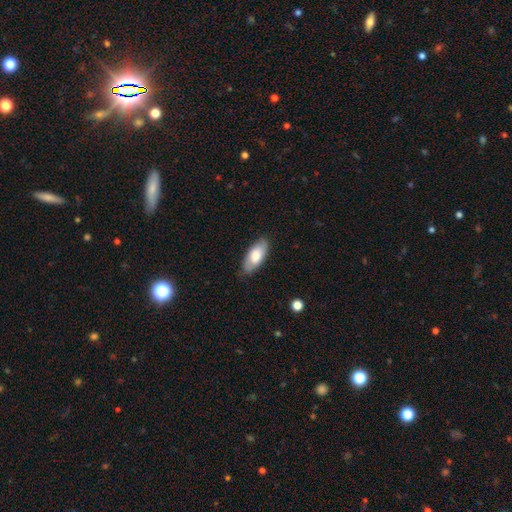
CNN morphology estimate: smooth 72%, featured or disk 22%, star or artifact 6%. Down the decision tree: how rounded — in between (87%); merging — none (83%).